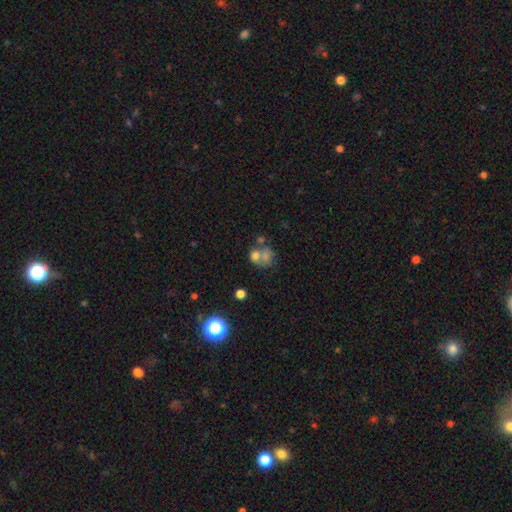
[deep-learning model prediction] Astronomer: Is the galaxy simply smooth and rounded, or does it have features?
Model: smooth — 61%.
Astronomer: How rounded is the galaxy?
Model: round — 64%.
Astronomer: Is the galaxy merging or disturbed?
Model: merger — 49% (runner-up: none, 28%).